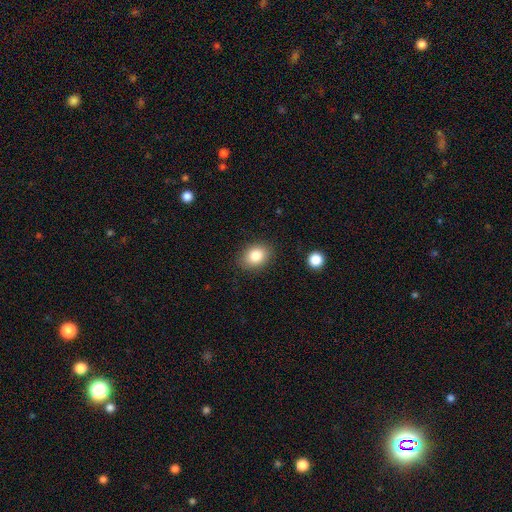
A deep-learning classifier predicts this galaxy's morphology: type=smooth (84%); roundness=in between (63%); merging=none (86%).